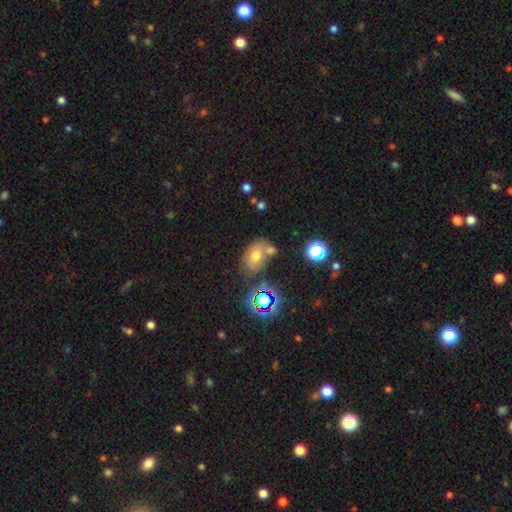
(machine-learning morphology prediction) This is possibly a smooth galaxy (58%). How rounded: likely in between (75%). Merging: possibly none (54%).